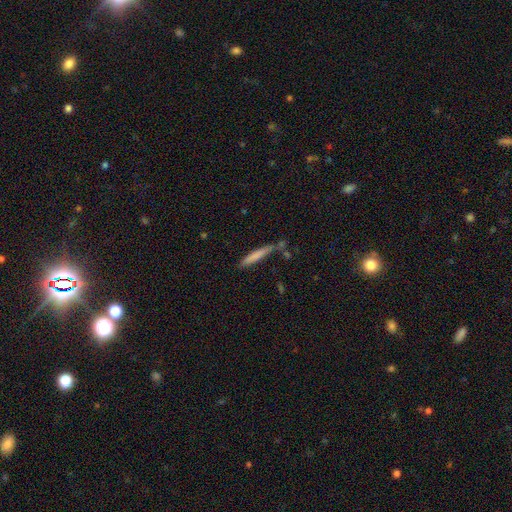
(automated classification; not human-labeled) Morphology: type=smooth (73%); roundness=cigar-shaped (93%); merging=none (69%).